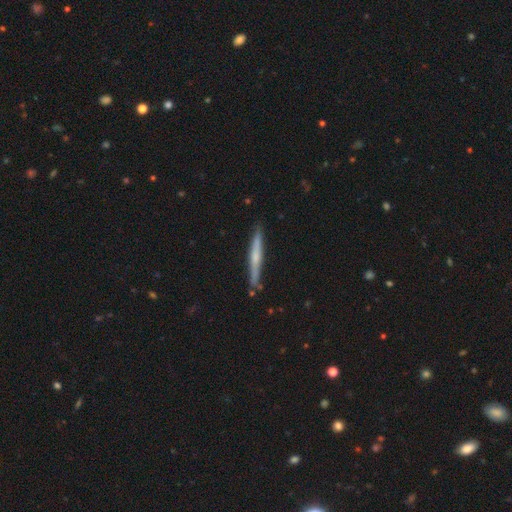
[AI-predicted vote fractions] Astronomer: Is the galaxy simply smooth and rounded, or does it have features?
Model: featured or disk — 53% (runner-up: smooth, 41%).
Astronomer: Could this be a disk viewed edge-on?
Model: yes — 97%.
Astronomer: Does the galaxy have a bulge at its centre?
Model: none — 46%, tied with rounded at 46%.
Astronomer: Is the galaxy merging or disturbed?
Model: none — 86%.